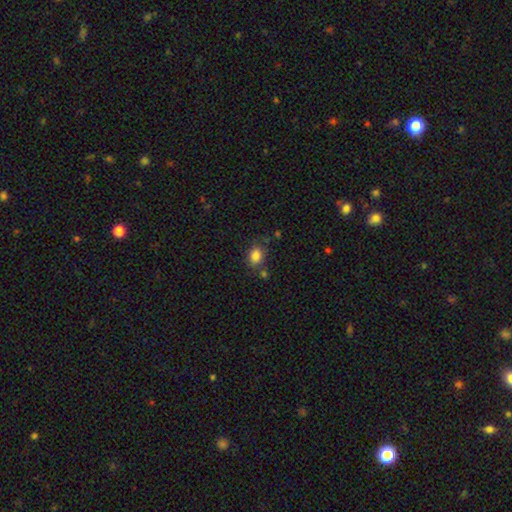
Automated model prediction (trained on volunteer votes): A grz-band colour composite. It shows a smooth galaxy with no disk features (84%) that is in between round and cigar-shaped (61%). Merging: none (68%).